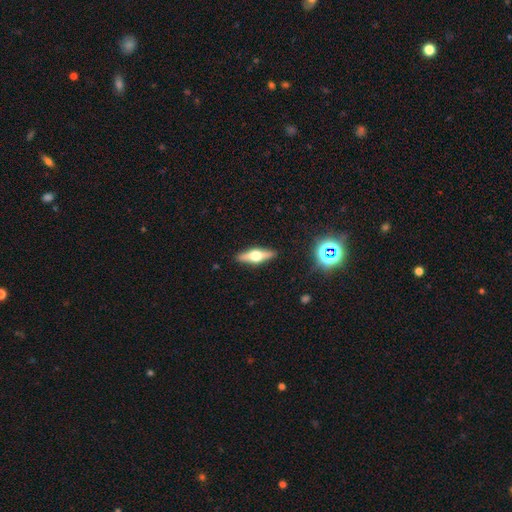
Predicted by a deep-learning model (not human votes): Smooth or featured: featured or disk — 61% (smooth — 31%)
Edge-on disk: yes — 94% (no — 6%)
Edge-on bulge: rounded — 94% (boxy — 4%)
Merging: none — 89% (minor disturbance — 8%)